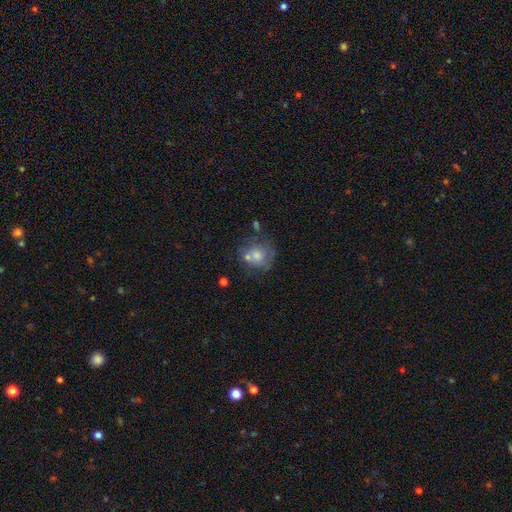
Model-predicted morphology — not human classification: type=smooth (65%); roundness=round (75%); merging=none (44%).